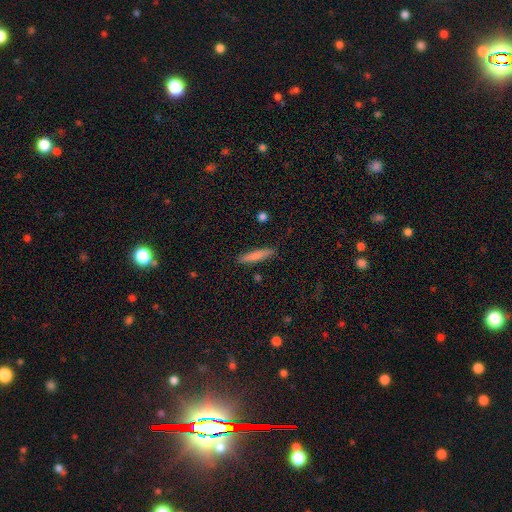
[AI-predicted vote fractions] The model was most divided on "smooth or featured": smooth: 79%, featured or disk: 15%, star or artifact: 6%. More confident: how rounded — cigar-shaped (88%); merging — none (87%).